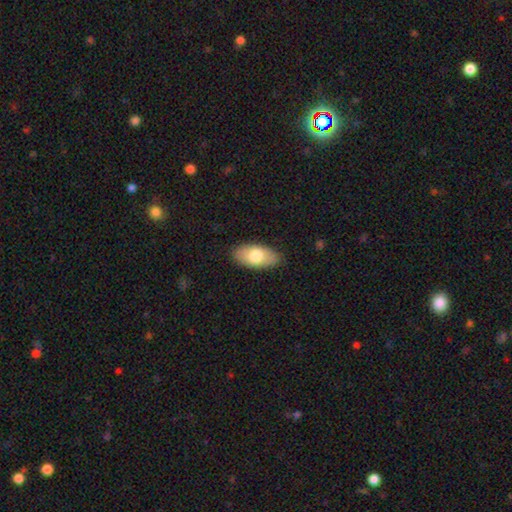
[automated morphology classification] A smooth galaxy with no disk features (77%) that is in between round and cigar-shaped (93%).

Vote fractions:
- Smooth or featured? smooth: 77% / featured or disk: 17% / star or artifact: 6%
- How rounded? in between: 93% / cigar-shaped: 4% / round: 3%
- Merging? none: 85% / minor disturbance: 12% / major disturbance: 2% / merger: 1%